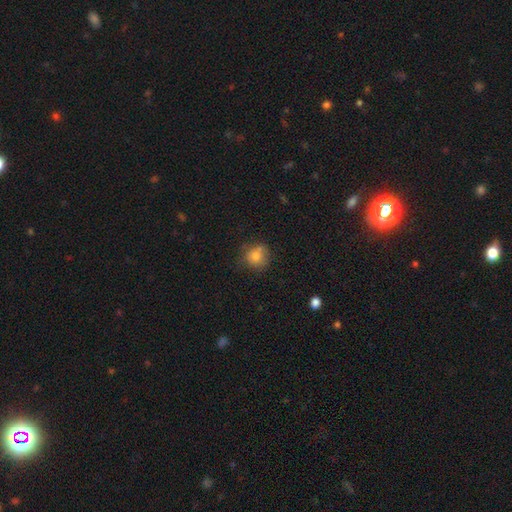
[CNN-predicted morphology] This is likely a smooth galaxy (79%). How rounded: clearly round (80%). Merging: likely none (61%).